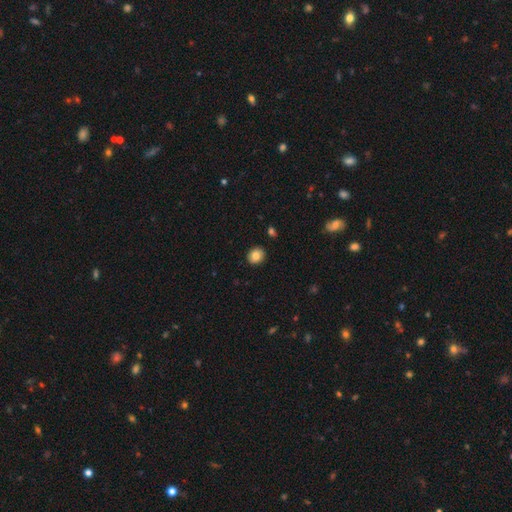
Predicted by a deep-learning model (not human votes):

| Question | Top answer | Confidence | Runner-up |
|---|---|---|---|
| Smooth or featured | smooth | 82% | star or artifact (9%) |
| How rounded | round | 72% | in between (27%) |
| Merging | none | 90% | minor disturbance (7%) |